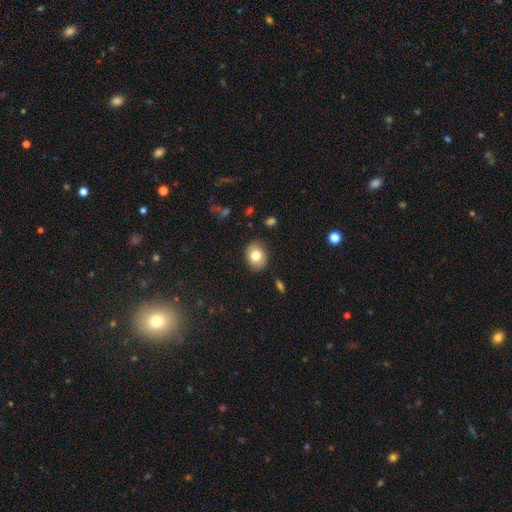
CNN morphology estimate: Q: Smooth or featured?
A: smooth (78%); runner-up: featured or disk (13%)
Q: How rounded?
A: in between (52%); runner-up: round (47%)
Q: Merging?
A: none (86%); runner-up: minor disturbance (10%)